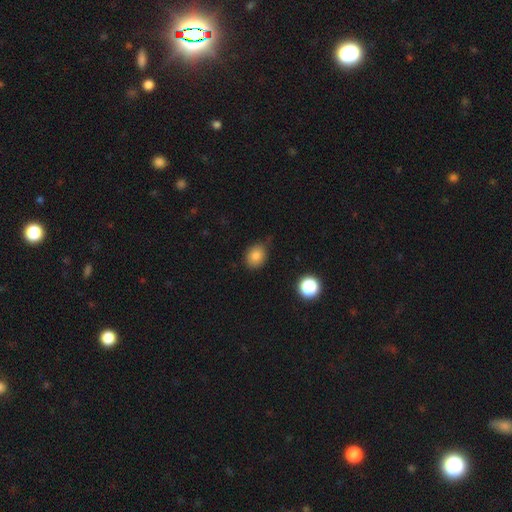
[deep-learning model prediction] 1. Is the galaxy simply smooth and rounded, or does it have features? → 82% smooth, 12% star or artifact, 6% featured or disk.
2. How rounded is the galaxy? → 57% round, 42% in between, 1% cigar-shaped.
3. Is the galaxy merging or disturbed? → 71% none, 22% minor disturbance, 4% major disturbance, 3% merger.